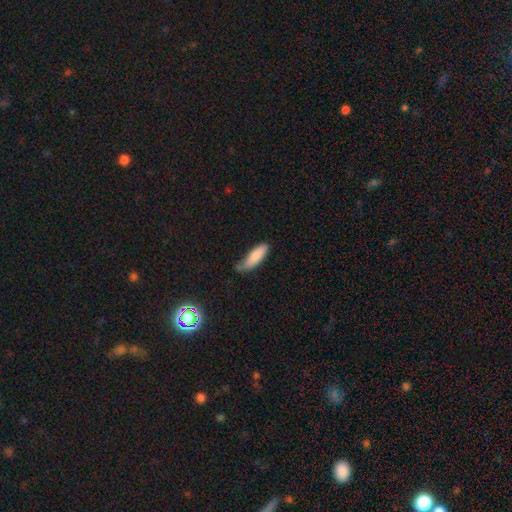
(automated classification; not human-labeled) The model was most divided on "how rounded": in between: 52%, cigar-shaped: 46%, round: 2%. More confident: smooth or featured — smooth (82%); merging — none (51%).